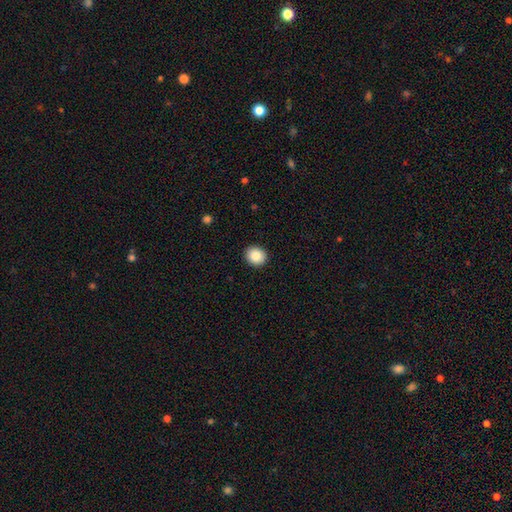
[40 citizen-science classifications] Volunteers were most divided on "smooth or featured": smooth: 88%, star or artifact: 10%, featured or disk: 2%. More confident: merging — none (97%); how rounded — round (91%).